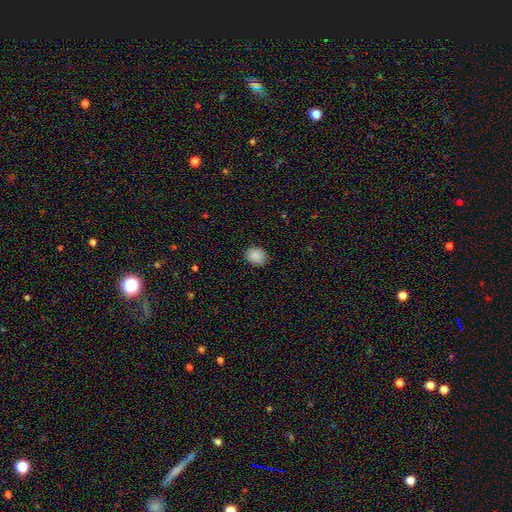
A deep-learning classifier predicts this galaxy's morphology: Smooth or featured?
  - smooth: 89% *
  - star or artifact: 8%
  - featured or disk: 3%
How rounded?
  - round: 54% *
  - in between: 45%
  - cigar-shaped: 1%
Merging?
  - none: 87% *
  - minor disturbance: 10%
  - major disturbance: 2%
  - merger: 1%